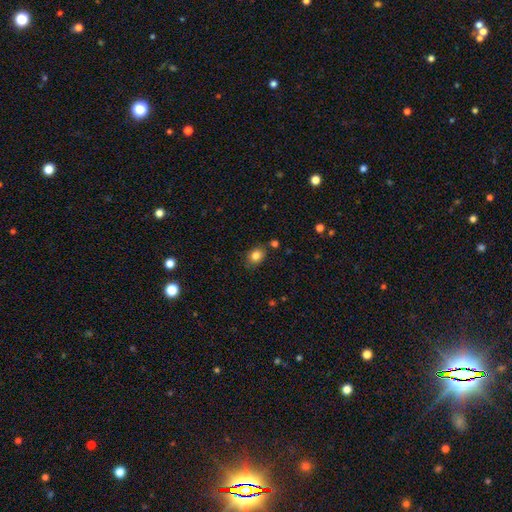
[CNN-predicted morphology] smooth_or_featured: smooth (p=0.83) [alt: star or artifact p=0.10]
how_rounded: in between (p=0.62) [alt: round p=0.37]
merging: none (p=0.78) [alt: minor disturbance p=0.15]